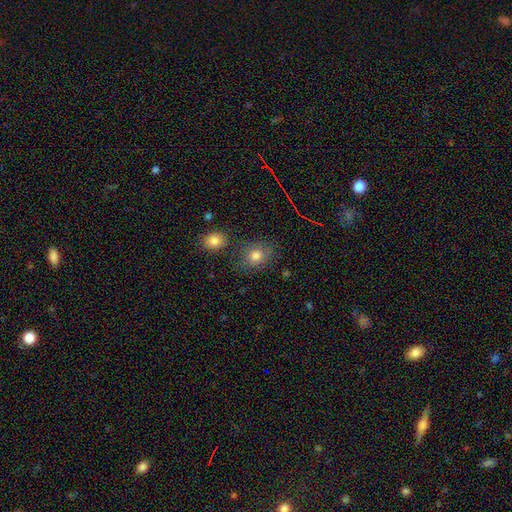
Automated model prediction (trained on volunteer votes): smooth-or-featured: smooth: 79% | star or artifact: 12% | featured or disk: 9%
  how-rounded: round: 50% | in between: 49% | cigar-shaped: 1%
  merging: none: 74% | minor disturbance: 15% | merger: 7% | major disturbance: 5%